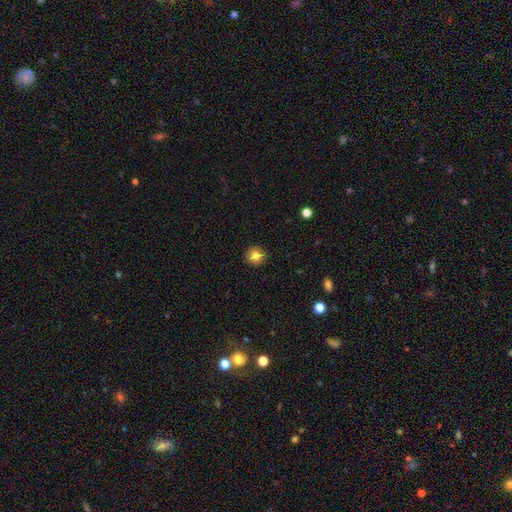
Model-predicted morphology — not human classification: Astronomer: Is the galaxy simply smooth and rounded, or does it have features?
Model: smooth — 81%.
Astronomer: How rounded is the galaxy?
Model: round — 94%.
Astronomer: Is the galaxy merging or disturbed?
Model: none — 92%.